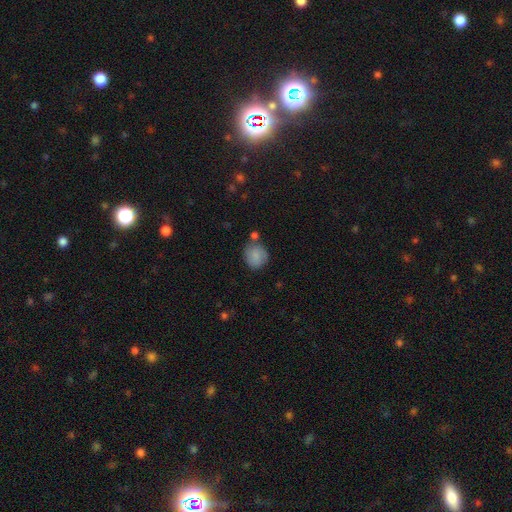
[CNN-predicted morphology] Smooth or featured?
  - smooth: 81% *
  - featured or disk: 12%
  - star or artifact: 8%
How rounded?
  - round: 81% *
  - in between: 18%
  - cigar-shaped: 1%
Merging?
  - none: 64% *
  - minor disturbance: 18%
  - merger: 13%
  - major disturbance: 5%